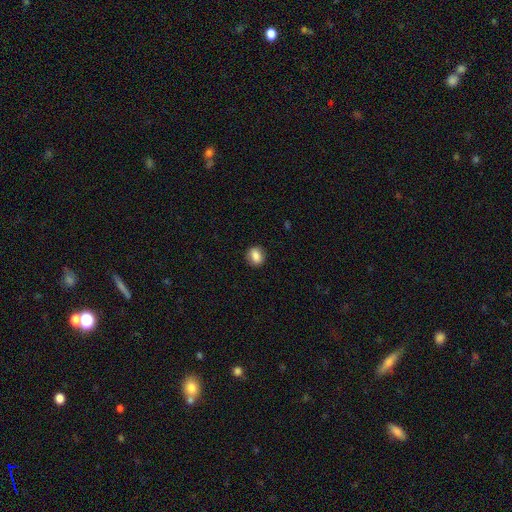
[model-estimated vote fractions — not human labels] Smooth or featured? smooth (84%)
How rounded? round (50%)
Merging? none (87%)